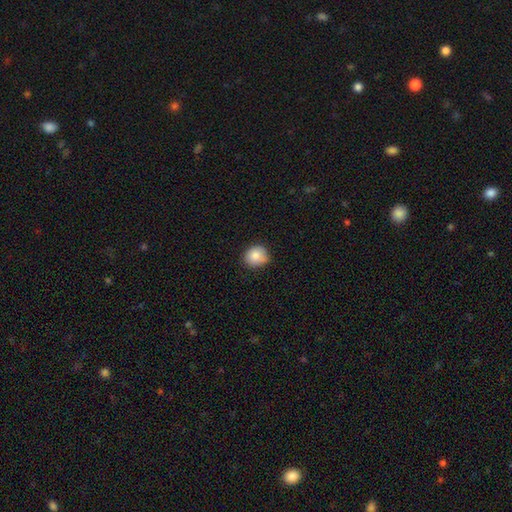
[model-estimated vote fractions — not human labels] Smooth or featured?
  - smooth: 84% *
  - star or artifact: 9%
  - featured or disk: 7%
How rounded?
  - round: 79% *
  - in between: 20%
  - cigar-shaped: 1%
Merging?
  - none: 75% *
  - minor disturbance: 20%
  - major disturbance: 3%
  - merger: 1%